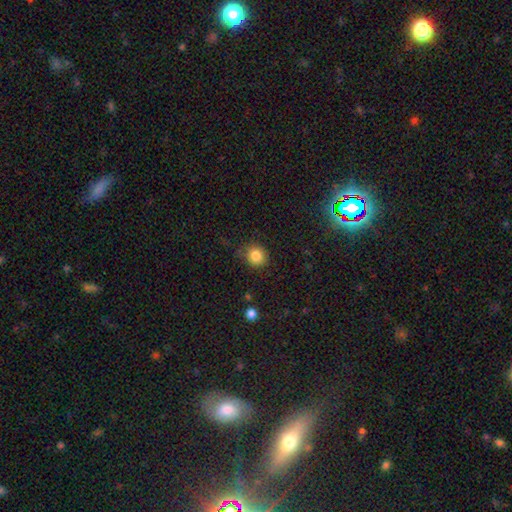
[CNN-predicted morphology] Smooth or featured? Predicted: smooth (p=0.85). How rounded? Predicted: round (p=0.85). Merging? Predicted: none (p=0.77).